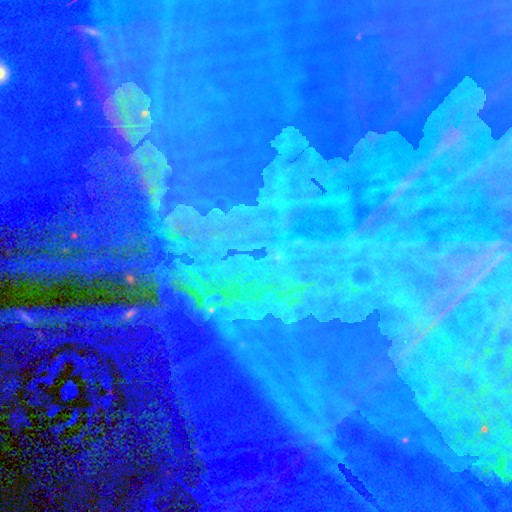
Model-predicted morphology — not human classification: Overall: star or artifact (84%).